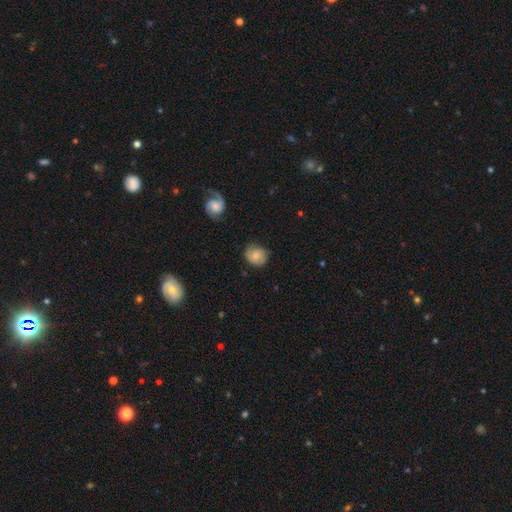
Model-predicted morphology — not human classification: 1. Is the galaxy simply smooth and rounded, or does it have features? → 54% smooth, 38% featured or disk, 8% star or artifact.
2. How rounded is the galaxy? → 74% round, 25% in between, 1% cigar-shaped.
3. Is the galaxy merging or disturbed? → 69% none, 24% minor disturbance, 6% major disturbance, 1% merger.